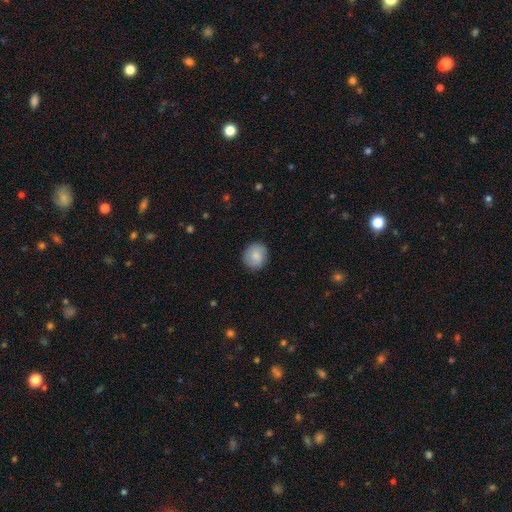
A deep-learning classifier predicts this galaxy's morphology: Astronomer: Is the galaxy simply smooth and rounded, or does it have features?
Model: smooth — 85%.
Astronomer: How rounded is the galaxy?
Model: round — 80%.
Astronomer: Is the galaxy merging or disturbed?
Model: none — 87%.